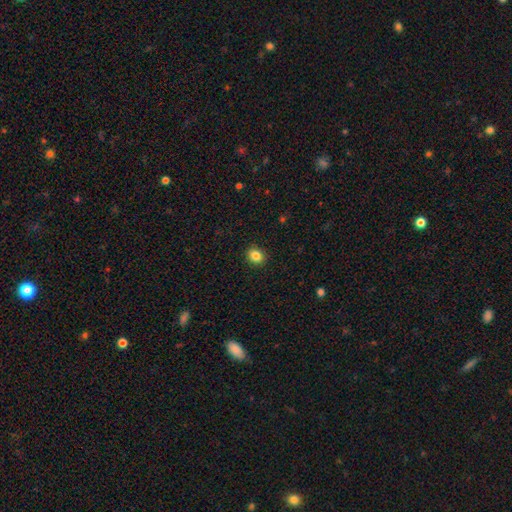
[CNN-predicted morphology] The model was most divided on "how rounded": round: 68%, in between: 31%, cigar-shaped: 1%. More confident: merging — none (91%); smooth or featured — smooth (85%).